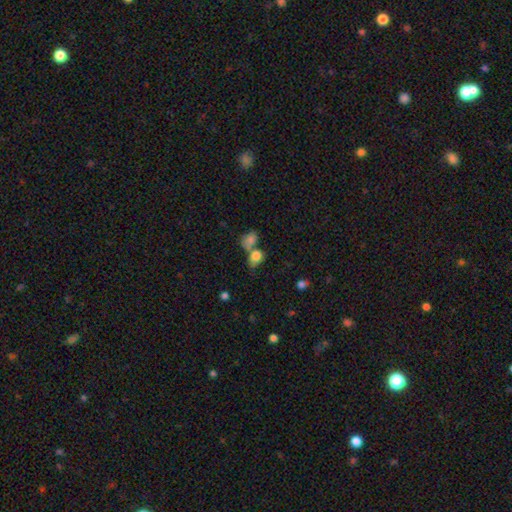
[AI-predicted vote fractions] A smooth galaxy with no disk features (80%) that is in between round and cigar-shaped (60%).

Vote fractions:
- Smooth or featured? smooth: 80% / star or artifact: 10% / featured or disk: 10%
- How rounded? in between: 60% / round: 38% / cigar-shaped: 2%
- Merging? merger: 50% / none: 32% / minor disturbance: 12% / major disturbance: 6%